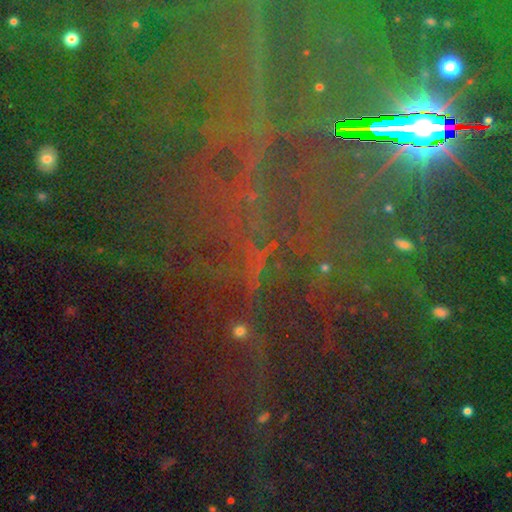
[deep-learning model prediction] This appears to be a star or artifact, not a galaxy (84%).